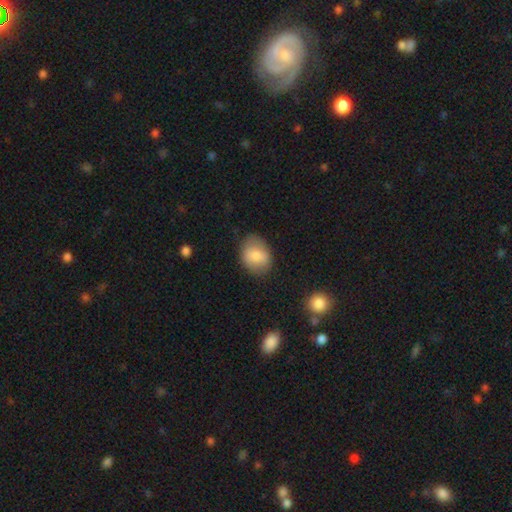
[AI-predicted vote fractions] Morphology: type=smooth (79%); roundness=in between (64%); merging=none (77%).